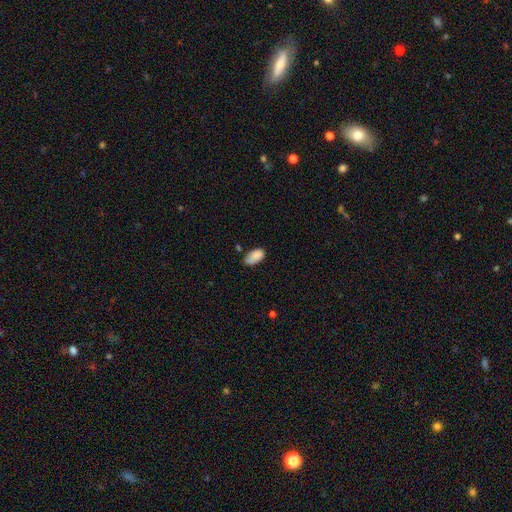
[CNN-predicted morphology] Smooth or featured? Predicted: smooth (p=0.85). How rounded? Predicted: in between (p=0.94). Merging? Predicted: none (p=0.56).